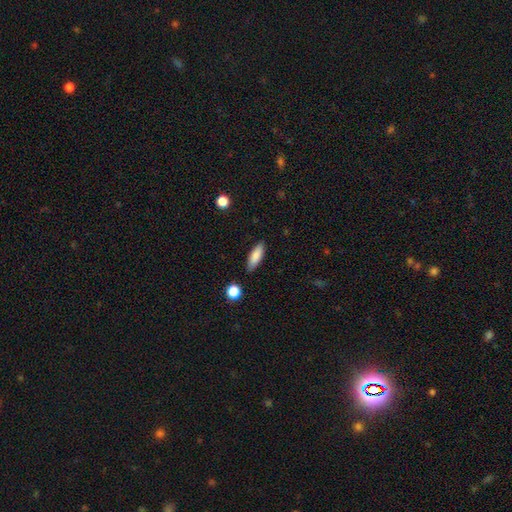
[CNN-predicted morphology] A smooth galaxy with no disk features (83%) that is in between round and cigar-shaped (55%). Merging: none (86%).